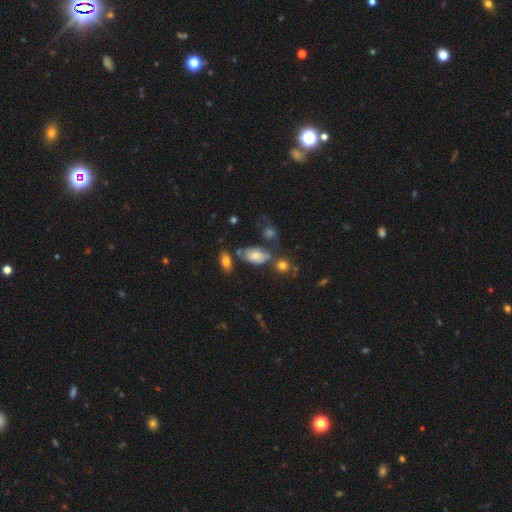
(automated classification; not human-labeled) A smooth galaxy with no disk features (65%) that is in between round and cigar-shaped (83%).

Vote fractions:
- Smooth or featured? smooth: 65% / featured or disk: 18% / star or artifact: 17%
- How rounded? in between: 83% / round: 13% / cigar-shaped: 4%
- Merging? none: 58% / minor disturbance: 19% / merger: 15% / major disturbance: 8%